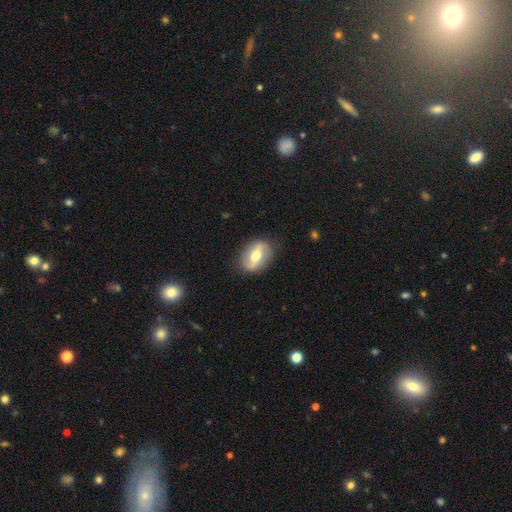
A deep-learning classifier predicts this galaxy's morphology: Smooth or featured? Predicted: featured or disk (p=0.59). Edge-on disk? Predicted: no (p=0.90). Bar? Predicted: strong (p=0.49). Spiral arms? Predicted: yes (p=0.56). Bulge size? Predicted: moderate (p=0.69). Merging? Predicted: none (p=0.84).